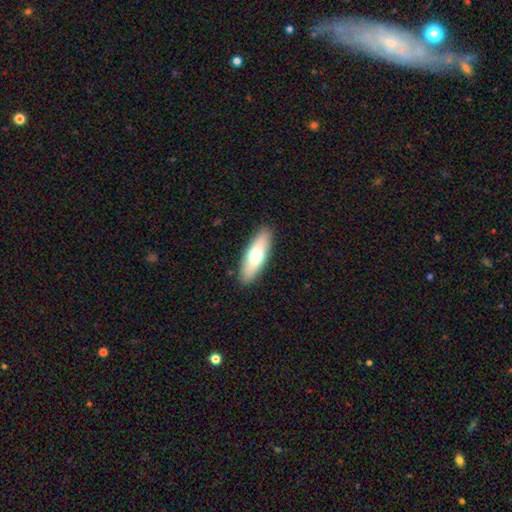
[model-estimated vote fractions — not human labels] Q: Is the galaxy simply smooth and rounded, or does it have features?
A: smooth — 65%.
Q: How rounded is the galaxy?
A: in between — 58%.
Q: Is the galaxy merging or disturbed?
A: none — 89%.